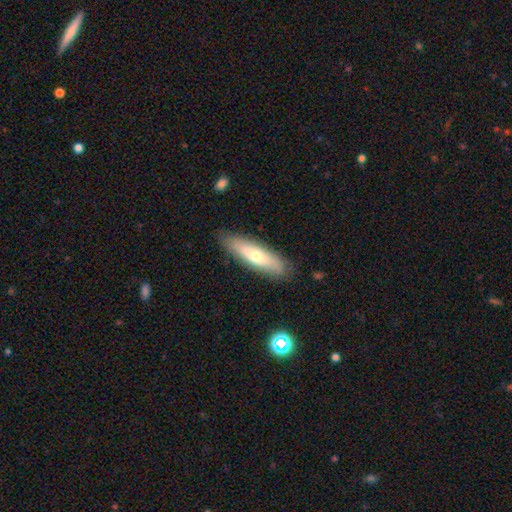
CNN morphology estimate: Q: Smooth or featured?
A: smooth (58%); runner-up: featured or disk (36%)
Q: How rounded?
A: cigar-shaped (62%); runner-up: in between (36%)
Q: Merging?
A: none (84%); runner-up: minor disturbance (12%)